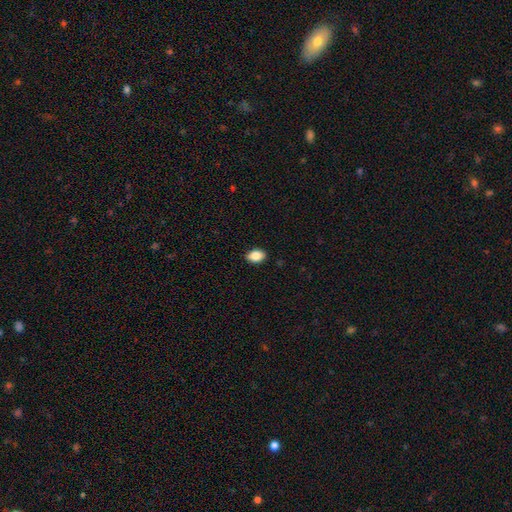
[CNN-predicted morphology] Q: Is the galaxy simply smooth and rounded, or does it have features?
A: smooth — 85%.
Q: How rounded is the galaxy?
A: in between — 83%.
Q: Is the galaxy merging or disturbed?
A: none — 89%.